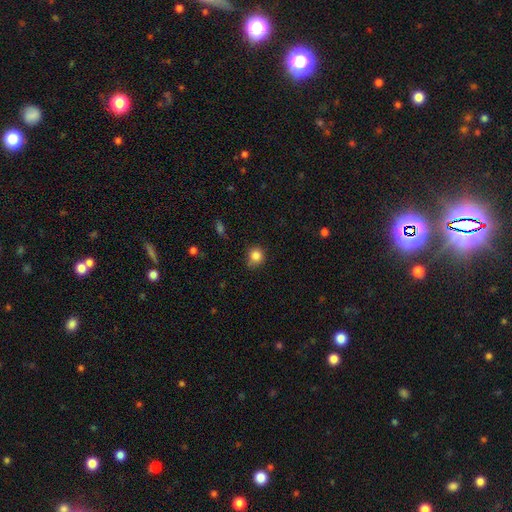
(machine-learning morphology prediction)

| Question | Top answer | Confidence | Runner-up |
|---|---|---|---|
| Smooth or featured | smooth | 85% | star or artifact (11%) |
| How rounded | round | 87% | in between (12%) |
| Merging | none | 75% | minor disturbance (20%) |